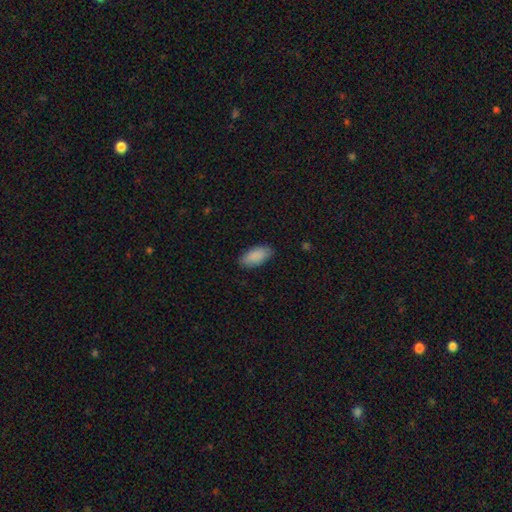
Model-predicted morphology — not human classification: Smooth or featured? smooth (90%)
How rounded? in between (92%)
Merging? none (86%)